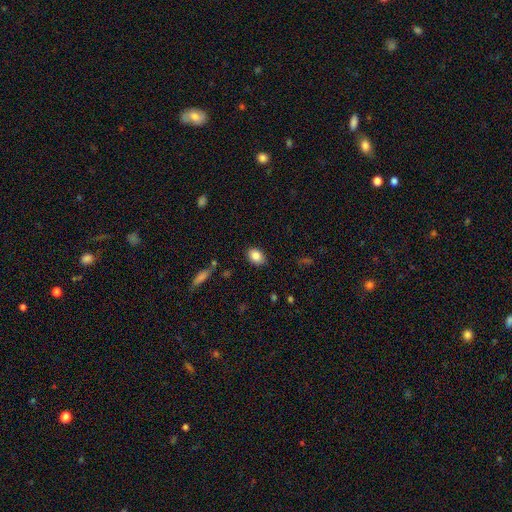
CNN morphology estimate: smooth_or_featured: smooth (p=0.86) [alt: star or artifact p=0.08]
how_rounded: in between (p=0.83) [alt: round p=0.15]
merging: none (p=0.85) [alt: minor disturbance p=0.11]